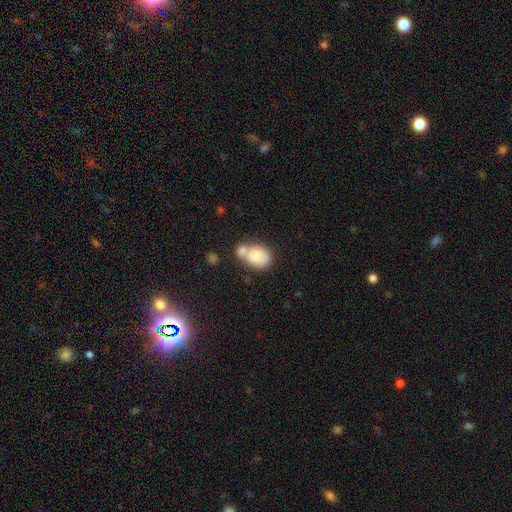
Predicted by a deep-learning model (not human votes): Smooth or featured? smooth (72%)
How rounded? in between (62%)
Merging? merger (50%)